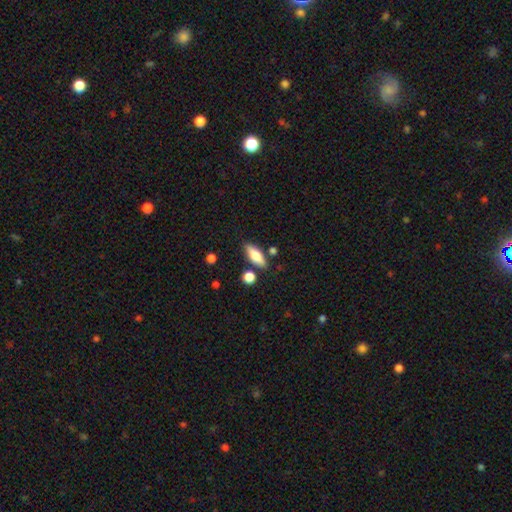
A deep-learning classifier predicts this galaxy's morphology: Smooth or featured? Predicted: smooth (p=0.77). How rounded? Predicted: in between (p=0.72). Merging? Predicted: none (p=0.79).